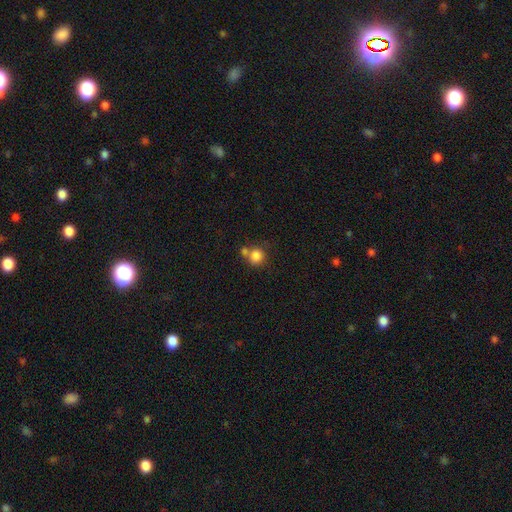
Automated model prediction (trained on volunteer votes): A smooth galaxy with no disk features (83%) that is round (86%). Merging: none (53%).